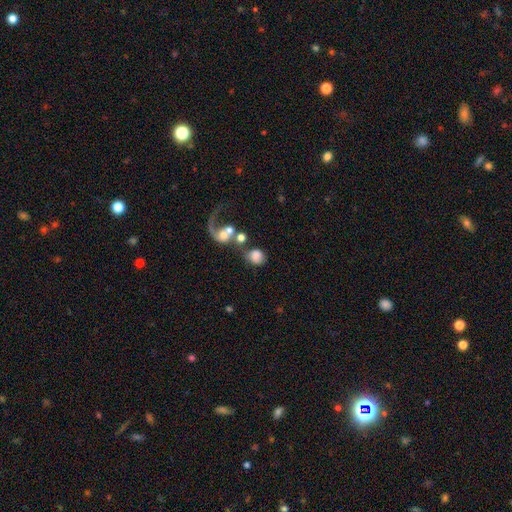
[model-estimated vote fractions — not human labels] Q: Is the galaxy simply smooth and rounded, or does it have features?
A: smooth — 67%.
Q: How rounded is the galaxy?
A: round — 66%.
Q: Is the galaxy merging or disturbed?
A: merger — 36%.